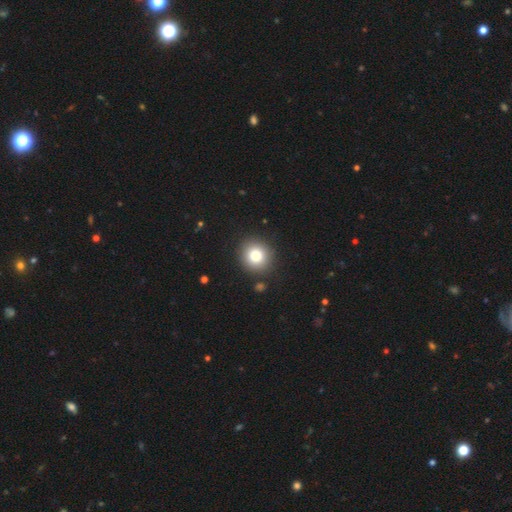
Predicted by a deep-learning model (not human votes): Smooth or featured? smooth (83%)
How rounded? round (87%)
Merging? none (87%)